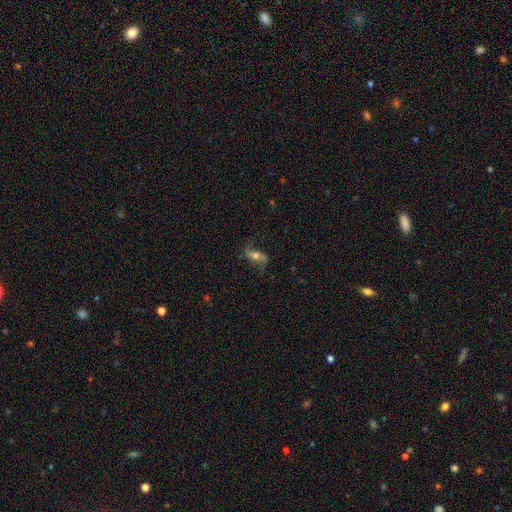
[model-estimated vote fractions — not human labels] Smooth or featured?
  - featured or disk: 70% *
  - smooth: 21%
  - star or artifact: 9%
Edge-on disk?
  - no: 90% *
  - yes: 10%
Bar?
  - no: 49% *
  - weak: 29%
  - strong: 22%
Spiral arms?
  - yes: 90% *
  - no: 10%
Spiral winding?
  - loose: 79% *
  - medium: 16%
  - tight: 5%
Spiral arm count?
  - 2: 91% *
  - can't tell: 3%
  - 1: 3%
  - 3: 1%
  - 4: 1%
  - more than 4: 1%
Bulge size?
  - moderate: 64% *
  - small: 23%
  - large: 10%
  - none: 2%
  - dominant: 2%
Merging?
  - none: 72% *
  - minor disturbance: 17%
  - major disturbance: 10%
  - merger: 2%